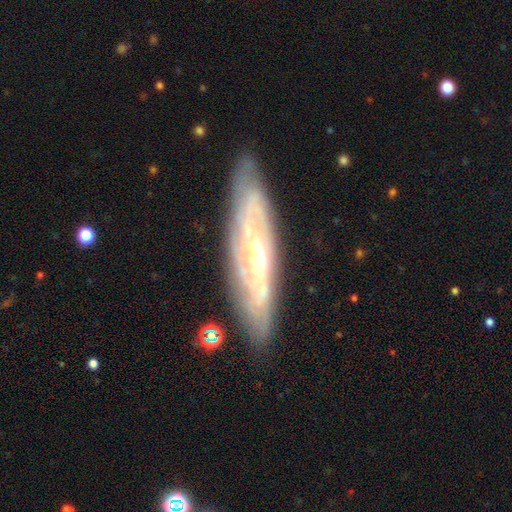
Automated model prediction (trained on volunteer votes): Morphology: type=featured or disk (81%); edge-on=no (71%); bar=weak (40%, tied with no); spiral arms=yes (91%); winding=tight (60%); arm count=can't tell (43%); bulge=moderate (48%); merging=none (81%).